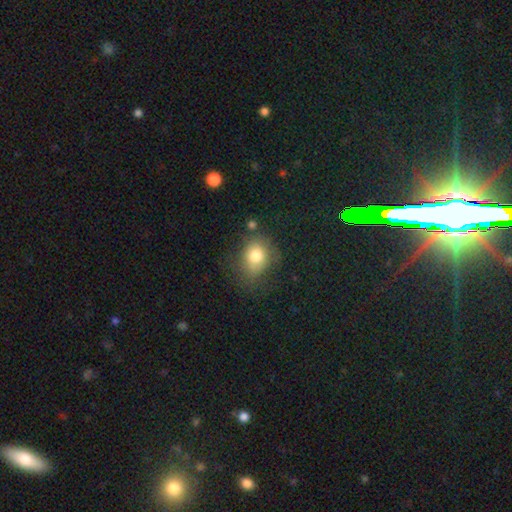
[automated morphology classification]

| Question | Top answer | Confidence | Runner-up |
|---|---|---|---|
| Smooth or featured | smooth | 78% | featured or disk (11%) |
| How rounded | in between | 51% | round (48%) |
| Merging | none | 59% | minor disturbance (25%) |